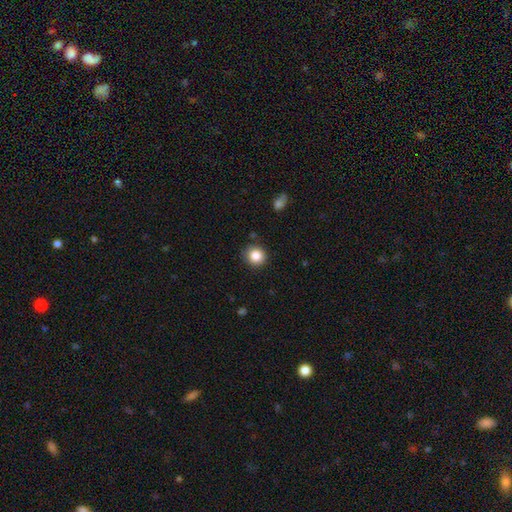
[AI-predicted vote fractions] Smooth or featured? Predicted: smooth (p=0.85). How rounded? Predicted: round (p=0.90). Merging? Predicted: none (p=0.88).